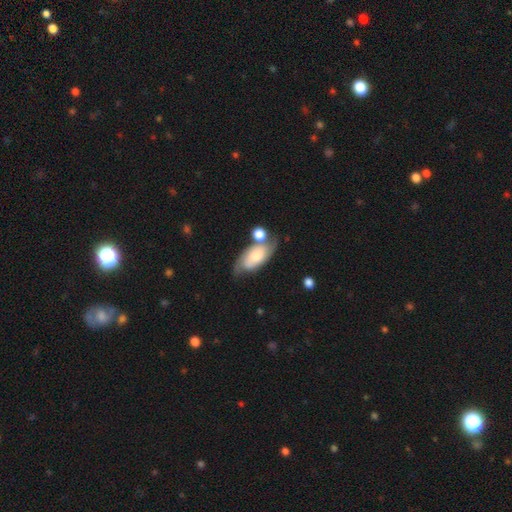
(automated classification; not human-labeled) A smooth galaxy with no disk features (49%). Merging: none (46%).